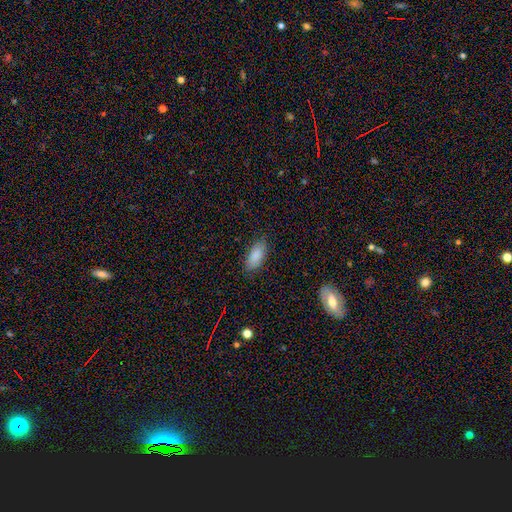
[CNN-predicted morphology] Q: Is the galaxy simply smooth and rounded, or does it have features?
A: smooth — 87%.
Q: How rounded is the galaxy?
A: in between — 88%.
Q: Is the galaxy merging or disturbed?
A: none — 84%.